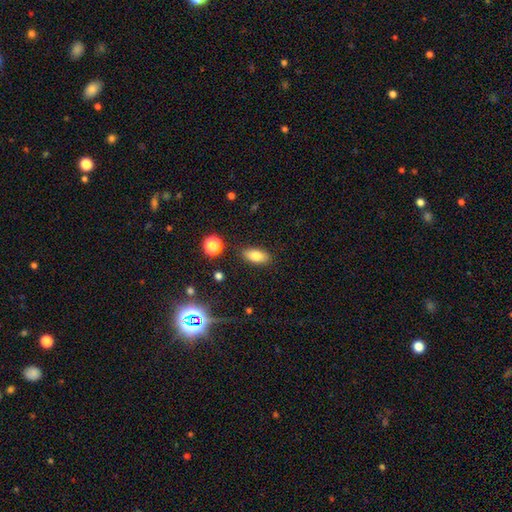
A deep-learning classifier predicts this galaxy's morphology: A smooth galaxy with no disk features (81%) that is in between round and cigar-shaped (87%).

Vote fractions:
- Smooth or featured? smooth: 81% / star or artifact: 10% / featured or disk: 10%
- How rounded? in between: 87% / cigar-shaped: 8% / round: 5%
- Merging? none: 86% / minor disturbance: 9% / major disturbance: 3% / merger: 2%